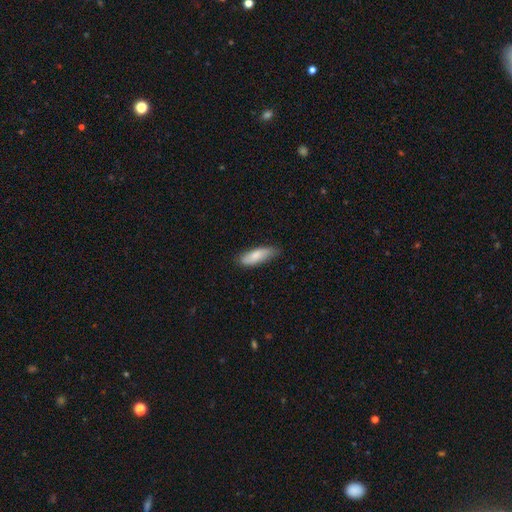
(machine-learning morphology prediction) Smooth or featured?
  - smooth: 79% *
  - featured or disk: 16%
  - star or artifact: 6%
How rounded?
  - in between: 56% *
  - cigar-shaped: 42%
  - round: 2%
Merging?
  - none: 72% *
  - minor disturbance: 23%
  - major disturbance: 3%
  - merger: 1%